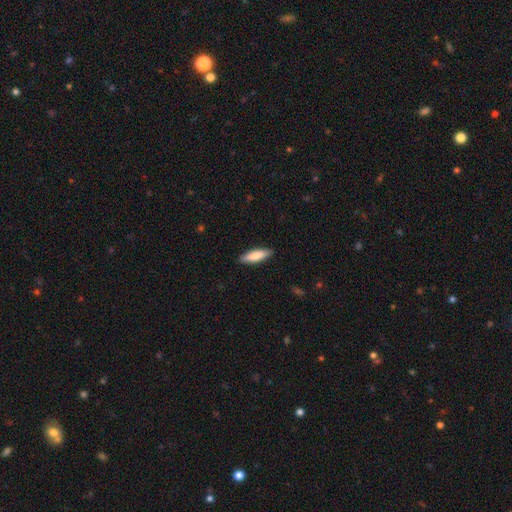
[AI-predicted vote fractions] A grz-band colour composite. It shows a smooth galaxy with no disk features (82%) that is cigar-shaped (59%). Merging: none (89%).